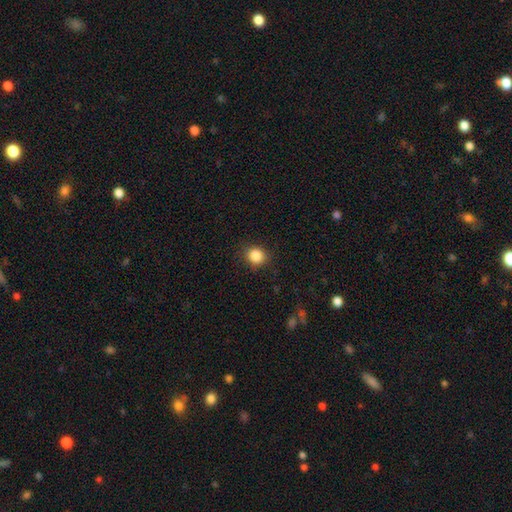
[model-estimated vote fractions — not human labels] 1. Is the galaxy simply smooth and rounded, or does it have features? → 86% smooth, 10% star or artifact, 4% featured or disk.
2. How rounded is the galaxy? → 82% round, 17% in between, 1% cigar-shaped.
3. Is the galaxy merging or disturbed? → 87% none, 9% minor disturbance, 3% major disturbance, 1% merger.